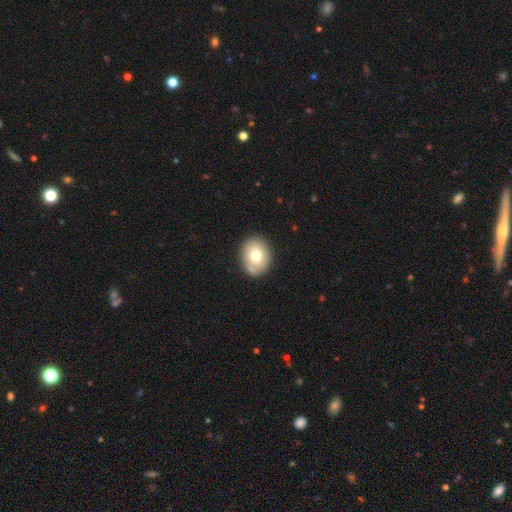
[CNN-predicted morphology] Smooth or featured? smooth (74%)
How rounded? round (53%)
Merging? none (74%)